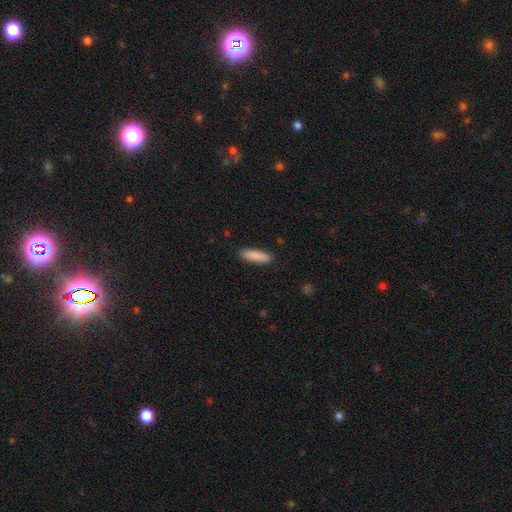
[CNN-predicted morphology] Smooth or featured? Predicted: smooth (p=0.88). How rounded? Predicted: cigar-shaped (p=0.66). Merging? Predicted: none (p=0.89).